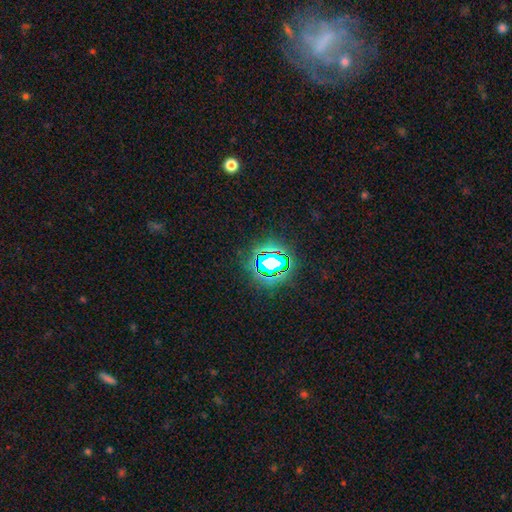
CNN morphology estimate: smooth-or-featured: star or artifact: 70% | smooth: 17% | featured or disk: 14%